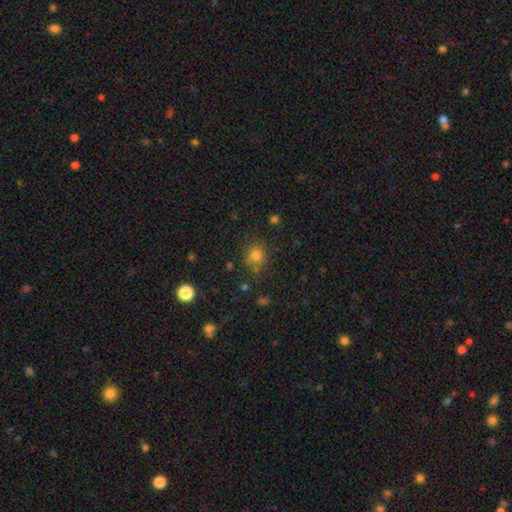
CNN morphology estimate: smooth-or-featured: smooth: 77% | star or artifact: 16% | featured or disk: 7%
  how-rounded: round: 77% | in between: 22% | cigar-shaped: 1%
  merging: none: 73% | minor disturbance: 17% | major disturbance: 5% | merger: 5%